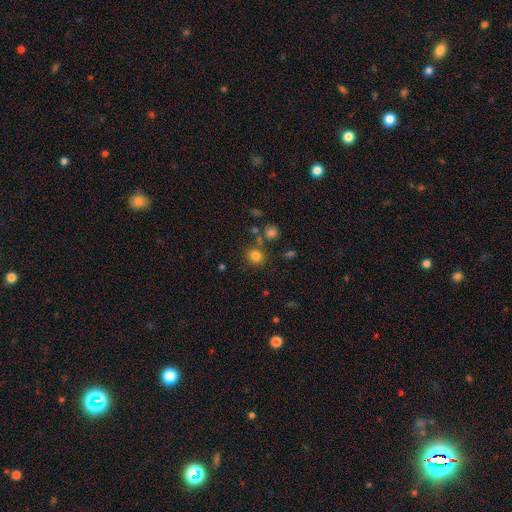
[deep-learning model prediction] Morphology: type=smooth (81%); roundness=round (81%); merging=none (78%).